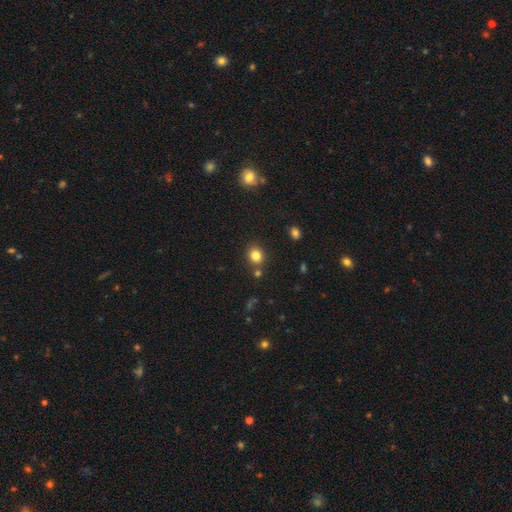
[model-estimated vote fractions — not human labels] Overall: smooth (80%). How rounded: round (81%). Merging: none (81%).